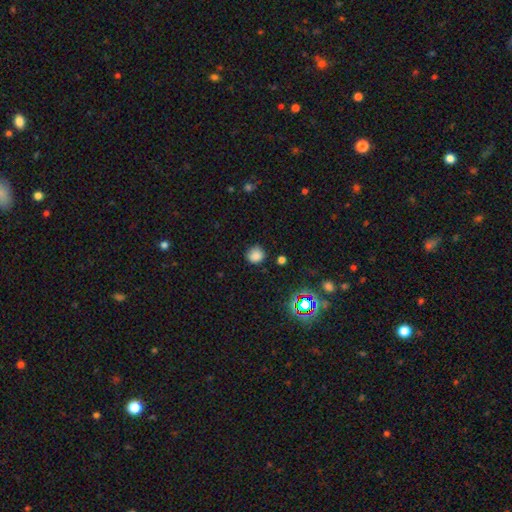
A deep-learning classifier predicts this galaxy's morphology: Smooth or featured? Predicted: smooth (p=0.81). How rounded? Predicted: round (p=0.86). Merging? Predicted: none (p=0.84).